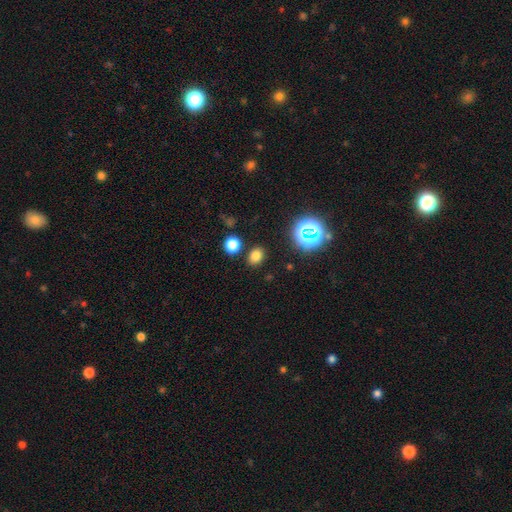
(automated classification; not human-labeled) The model was most divided on "how rounded": in between: 53%, round: 46%, cigar-shaped: 1%. More confident: merging — none (83%); smooth or featured — smooth (74%).